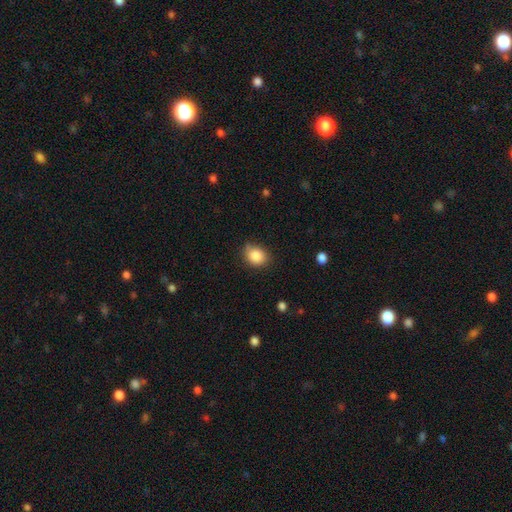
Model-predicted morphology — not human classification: smooth_or_featured: smooth (p=0.87) [alt: star or artifact p=0.08]
how_rounded: in between (p=0.53) [alt: round p=0.46]
merging: none (p=0.75) [alt: minor disturbance p=0.20]